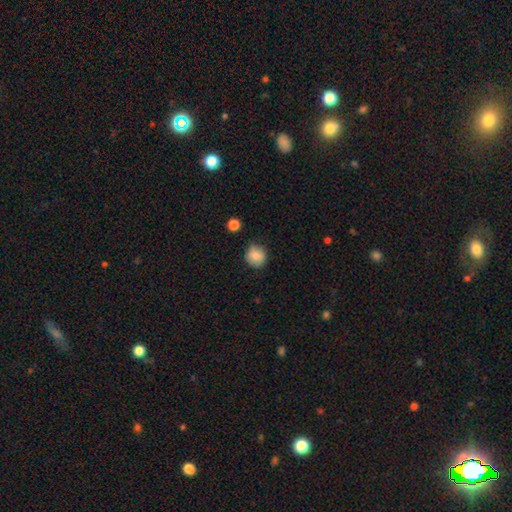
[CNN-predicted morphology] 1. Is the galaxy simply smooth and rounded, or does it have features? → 82% smooth, 9% featured or disk, 9% star or artifact.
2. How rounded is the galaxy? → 89% round, 10% in between, 1% cigar-shaped.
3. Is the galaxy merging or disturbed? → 80% none, 15% minor disturbance, 3% major disturbance, 2% merger.